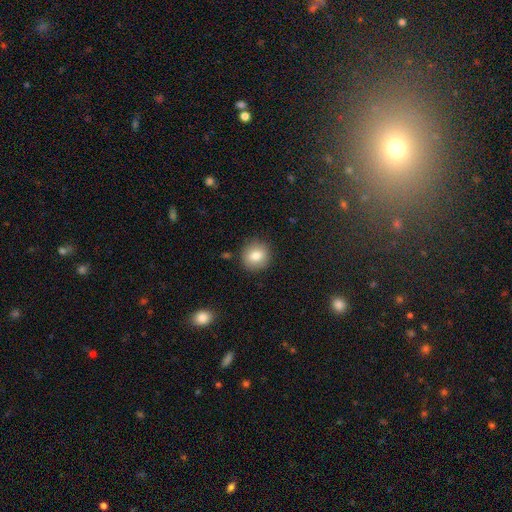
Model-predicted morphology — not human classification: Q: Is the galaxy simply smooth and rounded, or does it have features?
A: smooth — 82%.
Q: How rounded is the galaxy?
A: round — 87%.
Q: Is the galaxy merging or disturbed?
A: none — 88%.